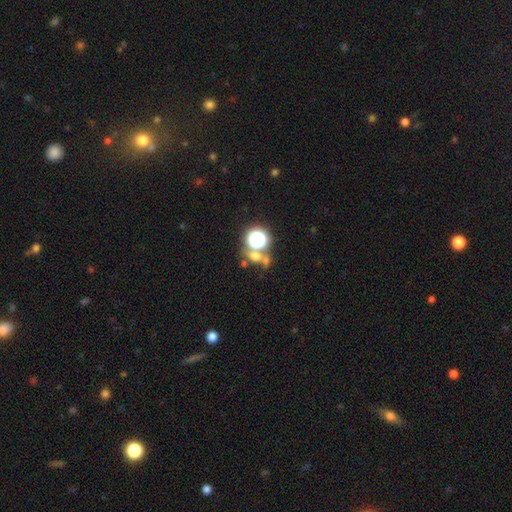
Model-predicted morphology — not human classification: Overall: smooth (50%; star or artifact 34%). Merging: none (46%; merger 34%).